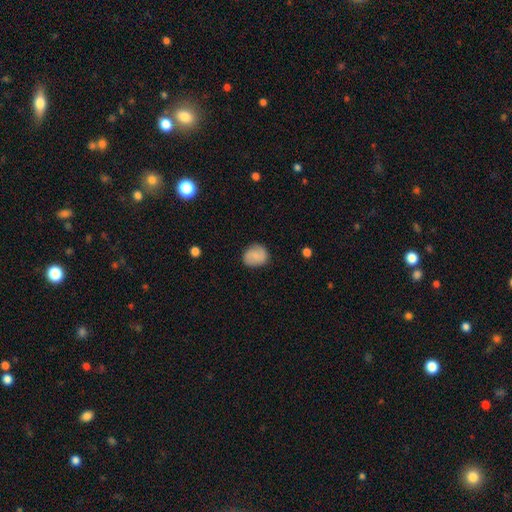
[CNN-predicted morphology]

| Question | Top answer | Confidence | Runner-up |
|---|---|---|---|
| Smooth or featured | smooth | 70% | featured or disk (22%) |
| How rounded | round | 65% | in between (34%) |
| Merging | none | 81% | minor disturbance (14%) |